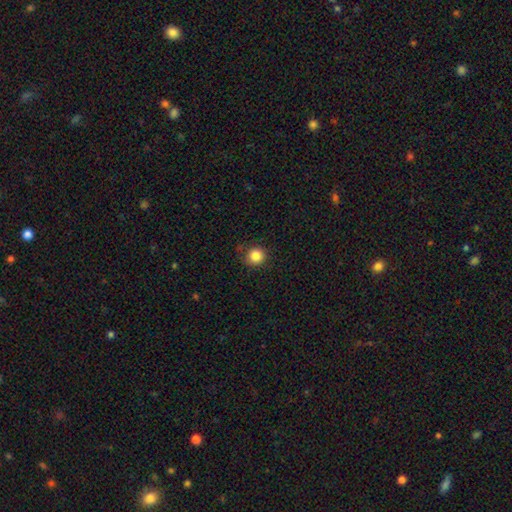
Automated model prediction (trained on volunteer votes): The model was most divided on "merging": none: 83%, minor disturbance: 12%, major disturbance: 3%, merger: 1%. More confident: how rounded — round (93%); smooth or featured — smooth (85%).